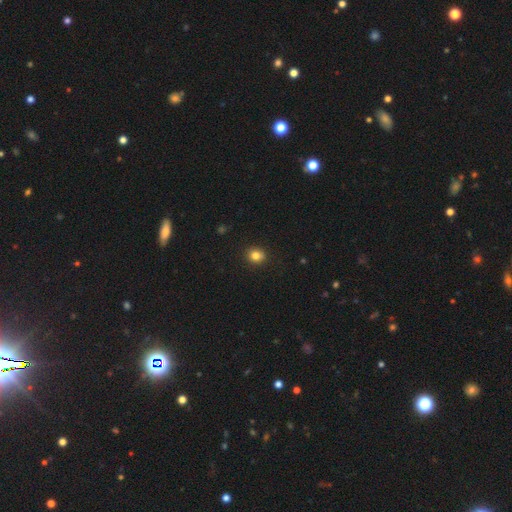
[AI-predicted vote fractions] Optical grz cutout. It shows a smooth galaxy with no disk features (83%) that is round (68%). Merging: none (90%).